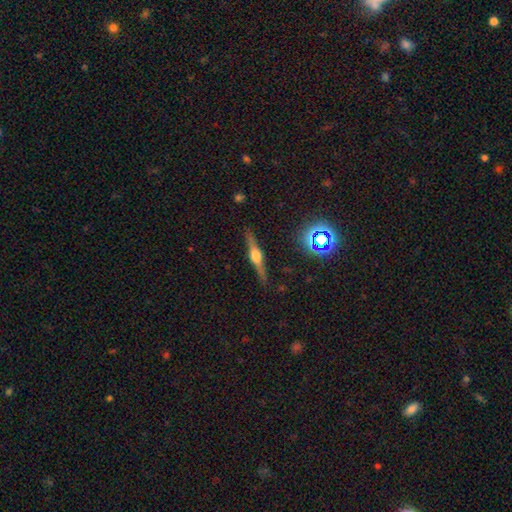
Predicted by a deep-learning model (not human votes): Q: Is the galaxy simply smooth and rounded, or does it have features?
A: featured or disk — 74%.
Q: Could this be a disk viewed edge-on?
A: yes — 97%.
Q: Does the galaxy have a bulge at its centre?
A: rounded — 92%.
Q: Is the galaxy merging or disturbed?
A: none — 88%.